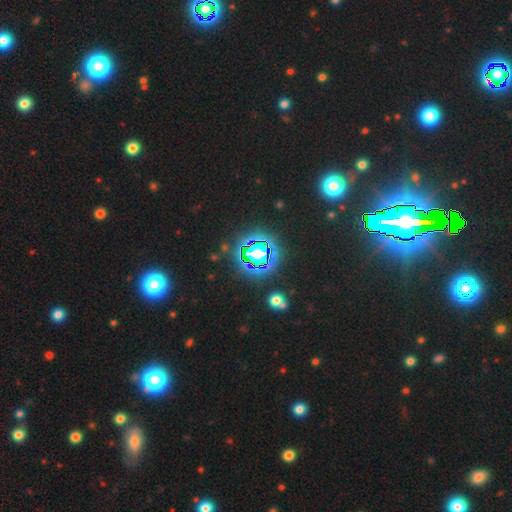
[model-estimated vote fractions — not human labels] A star or artifact, not a galaxy (76%).